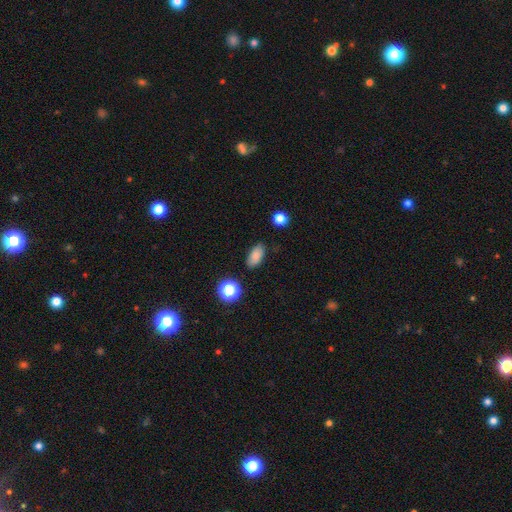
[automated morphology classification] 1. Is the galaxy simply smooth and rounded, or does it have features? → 83% smooth, 11% star or artifact, 6% featured or disk.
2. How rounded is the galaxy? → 88% in between, 6% round, 6% cigar-shaped.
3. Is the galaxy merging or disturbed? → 85% none, 10% minor disturbance, 3% major disturbance, 2% merger.